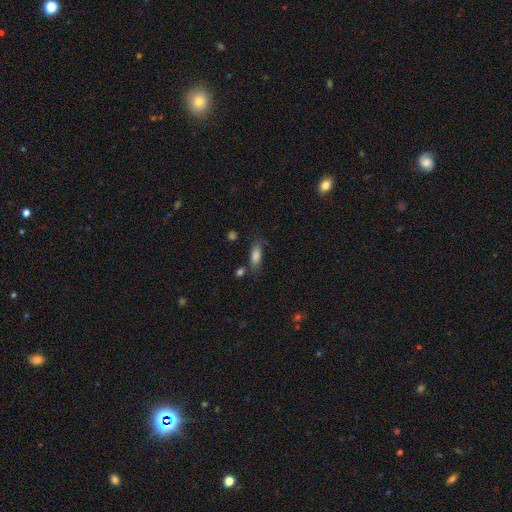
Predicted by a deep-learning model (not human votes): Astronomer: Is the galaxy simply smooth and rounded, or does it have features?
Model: smooth — 79%.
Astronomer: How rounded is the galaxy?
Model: in between — 72%.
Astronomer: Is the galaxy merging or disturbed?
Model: none — 66%.